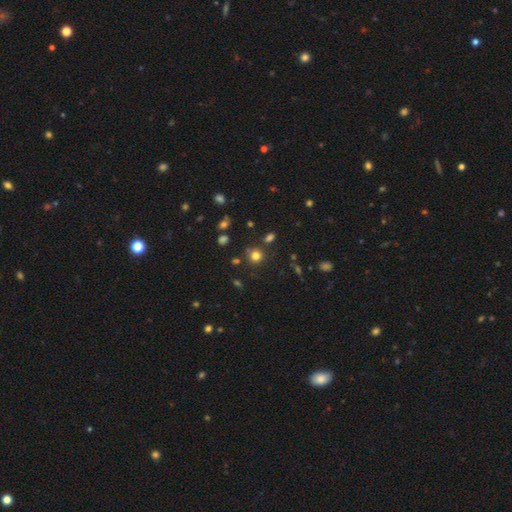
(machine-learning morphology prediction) Overall: smooth (76%). How rounded: round (90%). Merging: none (81%).